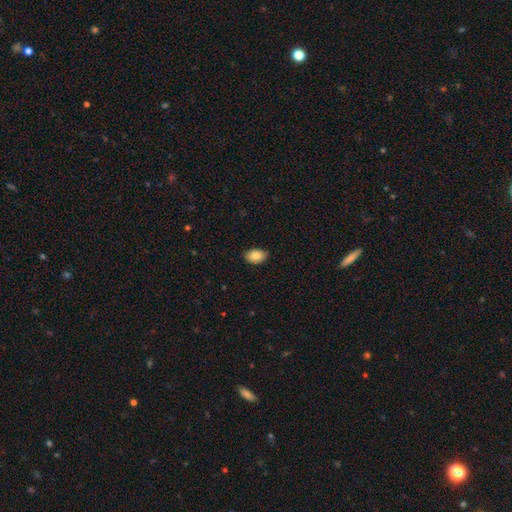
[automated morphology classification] A smooth galaxy with no disk features (87%) that is in between round and cigar-shaped (91%). Merging: none (88%).